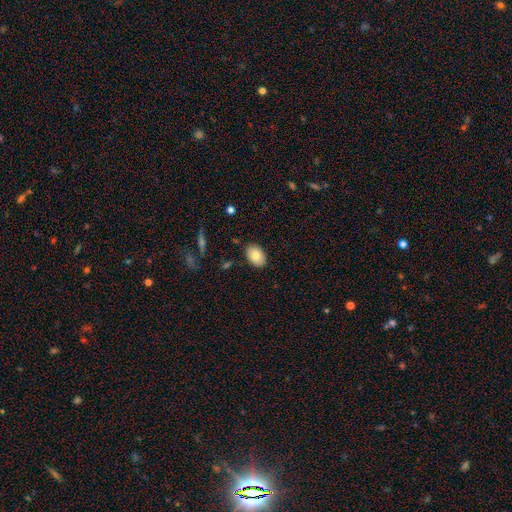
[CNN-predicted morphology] This appears to be a smooth galaxy with no disk features (82%) that is in between round and cigar-shaped (88%). Merging: none (86%).